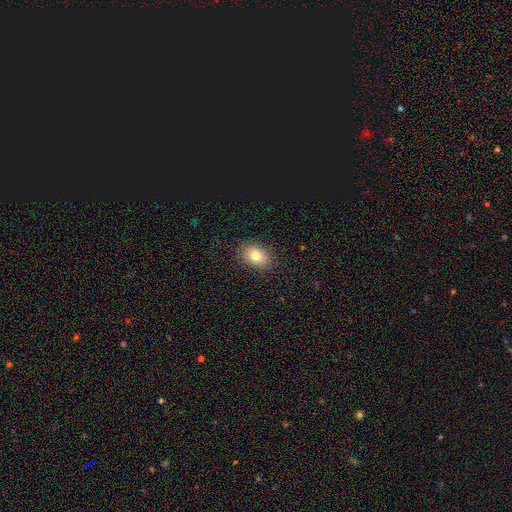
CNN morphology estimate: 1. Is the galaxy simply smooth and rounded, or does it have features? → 80% smooth, 10% star or artifact, 9% featured or disk.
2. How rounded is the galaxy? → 74% in between, 25% round, 1% cigar-shaped.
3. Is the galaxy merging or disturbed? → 87% none, 10% minor disturbance, 3% major disturbance, 1% merger.